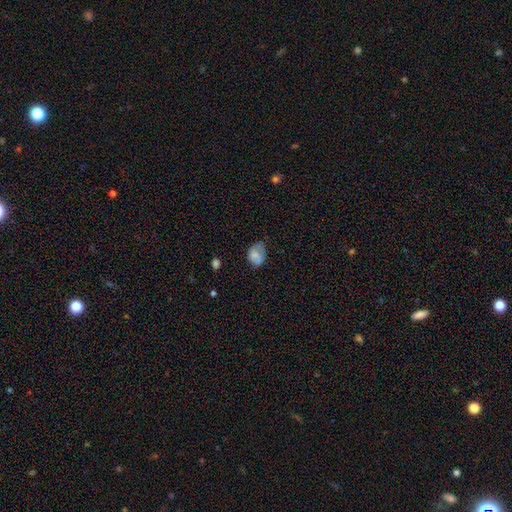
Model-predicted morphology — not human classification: This appears to be a smooth galaxy with no disk features (73%) that is in between round and cigar-shaped (71%). Merging: none (43%).